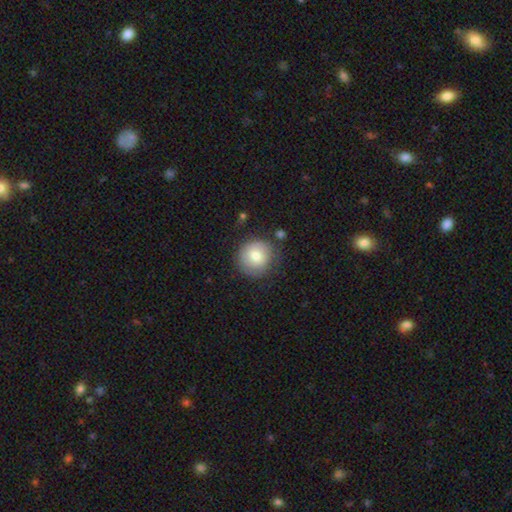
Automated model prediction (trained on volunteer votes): smooth_or_featured: smooth (p=0.76) [alt: featured or disk p=0.15]
how_rounded: round (p=0.91) [alt: in between p=0.08]
merging: none (p=0.75) [alt: minor disturbance p=0.16]